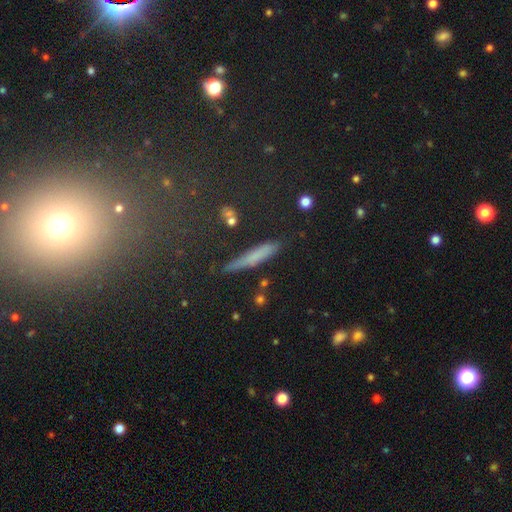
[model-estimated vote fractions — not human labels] Smooth or featured: smooth — 62% (featured or disk — 26%)
How rounded: cigar-shaped — 92% (in between — 6%)
Merging: none — 80% (minor disturbance — 14%)